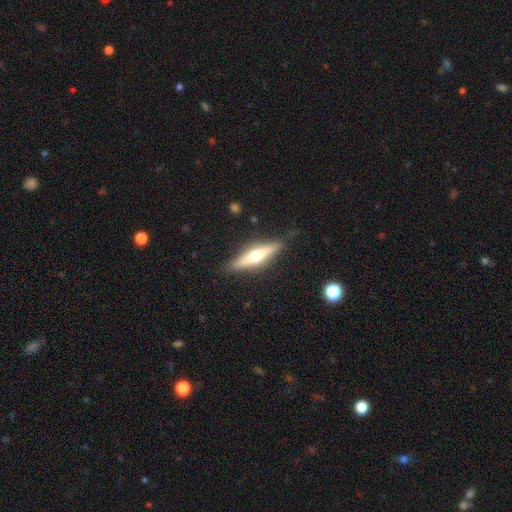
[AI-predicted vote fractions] Smooth or featured? Predicted: featured or disk (p=0.60). Edge-on disk? Predicted: yes (p=0.94). Edge-on bulge? Predicted: rounded (p=0.93). Merging? Predicted: none (p=0.87).